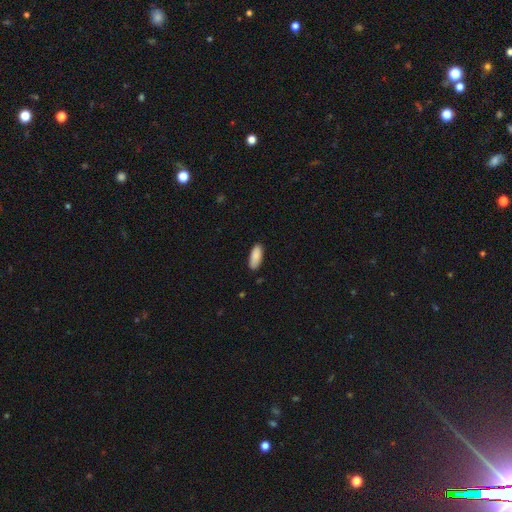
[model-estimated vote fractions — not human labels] This appears to be a smooth galaxy with no disk features (89%) that is in between round and cigar-shaped (82%). Merging: none (87%).